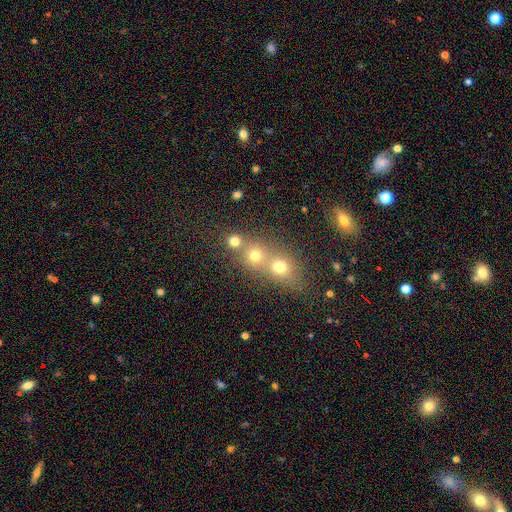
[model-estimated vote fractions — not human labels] This is likely a smooth galaxy (63%). How rounded: likely round (77%). Merging: possibly merger (56%).